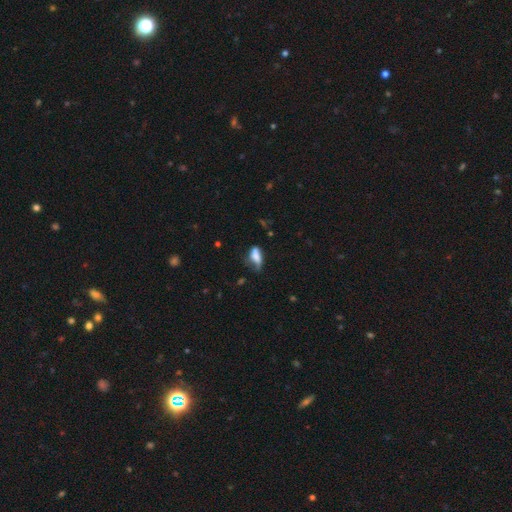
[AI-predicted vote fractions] smooth-or-featured: smooth: 71% | featured or disk: 20% | star or artifact: 10%
  how-rounded: in between: 80% | cigar-shaped: 16% | round: 4%
  merging: minor disturbance: 36% | none: 32% | major disturbance: 27% | merger: 5%